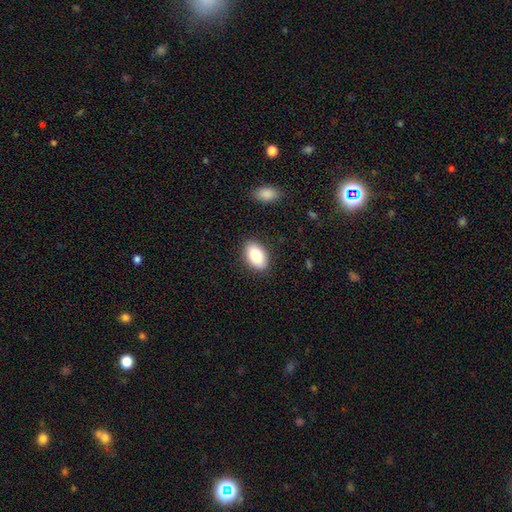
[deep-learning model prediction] smooth_or_featured: smooth (p=0.85) [alt: featured or disk p=0.09]
how_rounded: in between (p=0.93) [alt: round p=0.06]
merging: none (p=0.88) [alt: minor disturbance p=0.09]